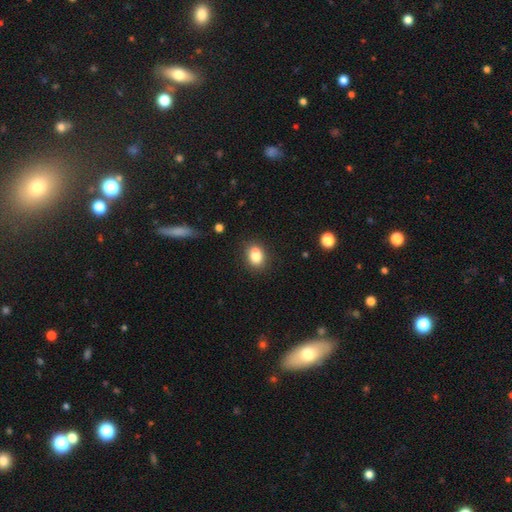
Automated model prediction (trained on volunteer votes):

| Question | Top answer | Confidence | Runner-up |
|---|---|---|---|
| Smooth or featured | smooth | 82% | star or artifact (10%) |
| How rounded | in between | 63% | round (36%) |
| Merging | none | 68% | minor disturbance (17%) |